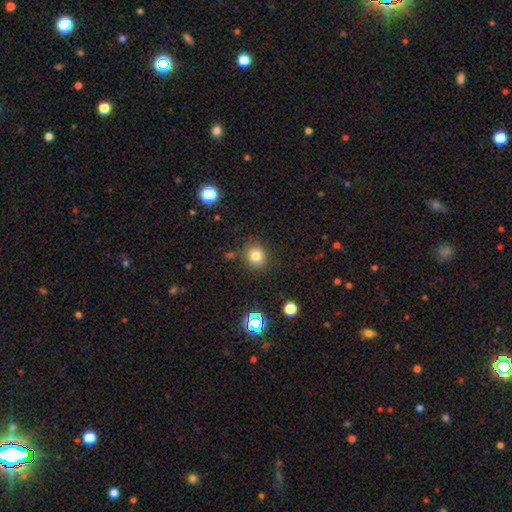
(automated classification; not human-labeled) Smooth or featured? Predicted: smooth (p=0.79). How rounded? Predicted: round (p=0.83). Merging? Predicted: none (p=0.84).